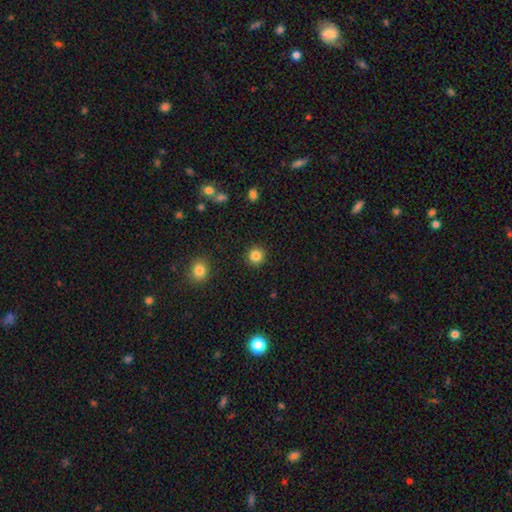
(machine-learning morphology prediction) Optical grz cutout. It shows a smooth galaxy with no disk features (85%) that is round (93%). Merging: none (92%).